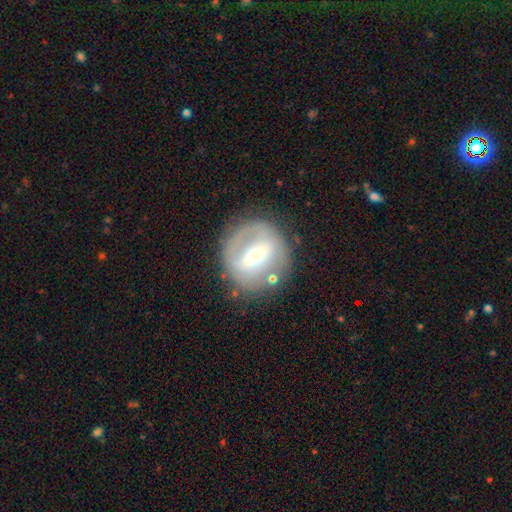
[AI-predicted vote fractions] A featured or disk galaxy (62%) with a strong bar (48%), no spiral arms (60%) and a moderate central bulge (58%).

Vote fractions:
- Smooth or featured? featured or disk: 62% / smooth: 30% / star or artifact: 8%
- Edge-on disk? no: 92% / yes: 8%
- Bar? strong: 48% / weak: 36% / no: 16%
- Spiral arms? no: 60% / yes: 40%
- Bulge size? moderate: 58% / small: 35% / large: 5% / dominant: 1% / none: 1%
- Merging? none: 74% / minor disturbance: 15% / major disturbance: 8% / merger: 4%